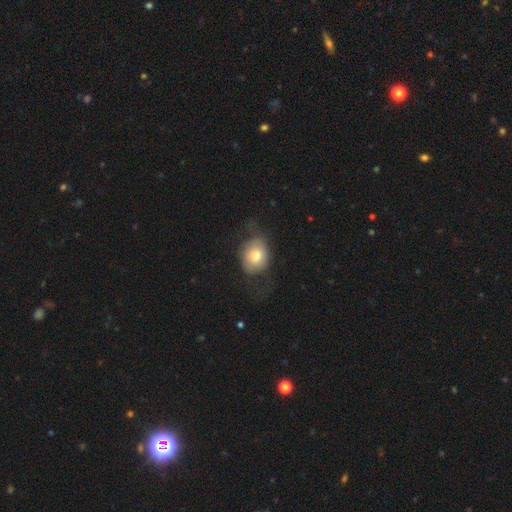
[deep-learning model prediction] Q: Smooth or featured?
A: smooth (72%); runner-up: featured or disk (21%)
Q: How rounded?
A: round (55%); runner-up: in between (44%)
Q: Merging?
A: none (52%); runner-up: minor disturbance (26%)